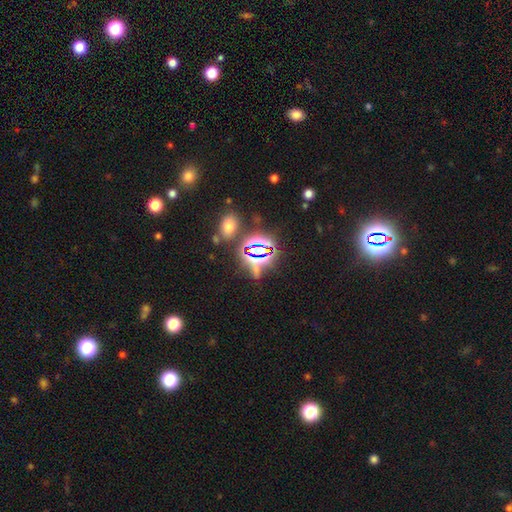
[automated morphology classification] star or artifact 76%, smooth 15%, featured or disk 9%.